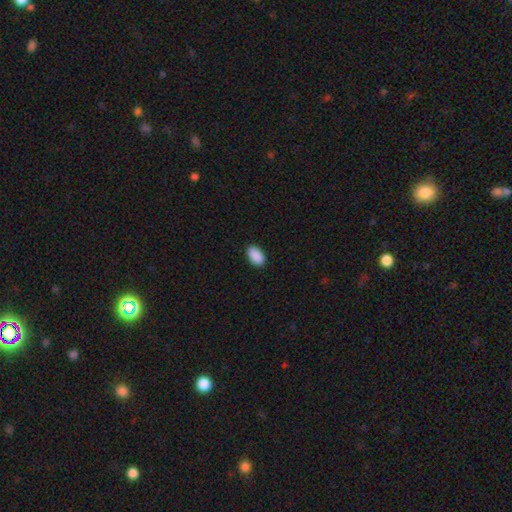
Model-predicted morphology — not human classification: type=smooth (91%); roundness=in between (93%); merging=none (88%).